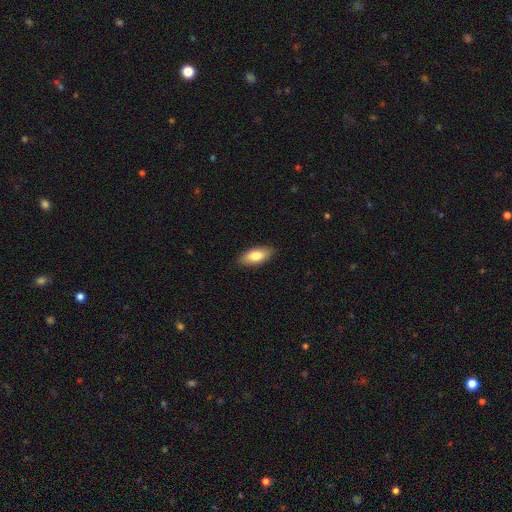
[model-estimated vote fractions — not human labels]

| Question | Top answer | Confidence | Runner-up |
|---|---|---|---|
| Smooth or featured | smooth | 81% | featured or disk (13%) |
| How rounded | in between | 87% | cigar-shaped (11%) |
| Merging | none | 88% | minor disturbance (9%) |